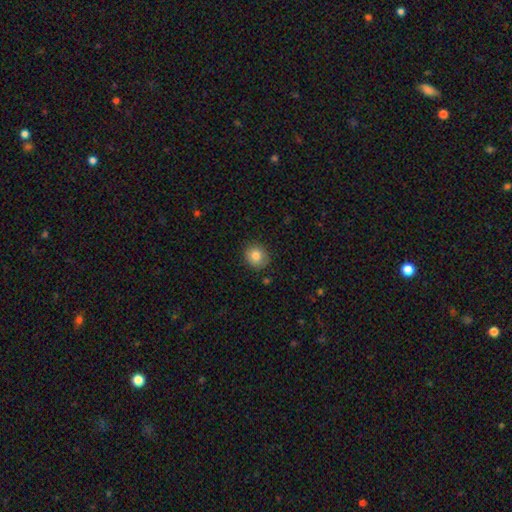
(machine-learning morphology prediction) Smooth or featured? Predicted: smooth (p=0.82). How rounded? Predicted: round (p=0.82). Merging? Predicted: none (p=0.85).